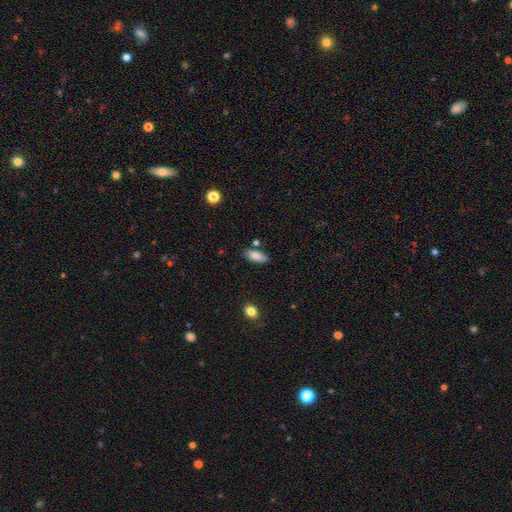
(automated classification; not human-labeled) Morphology: type=smooth (85%); roundness=in between (81%); merging=none (79%).